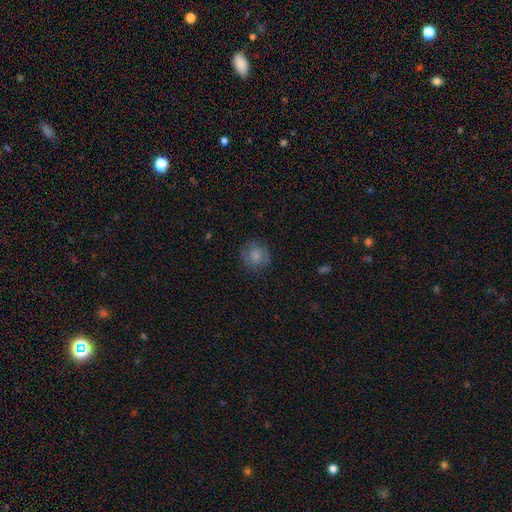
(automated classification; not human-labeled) A smooth galaxy with no disk features (61%) that is round (83%).

Vote fractions:
- Smooth or featured? smooth: 61% / featured or disk: 29% / star or artifact: 9%
- How rounded? round: 83% / in between: 16% / cigar-shaped: 1%
- Merging? none: 80% / minor disturbance: 14% / major disturbance: 5% / merger: 1%